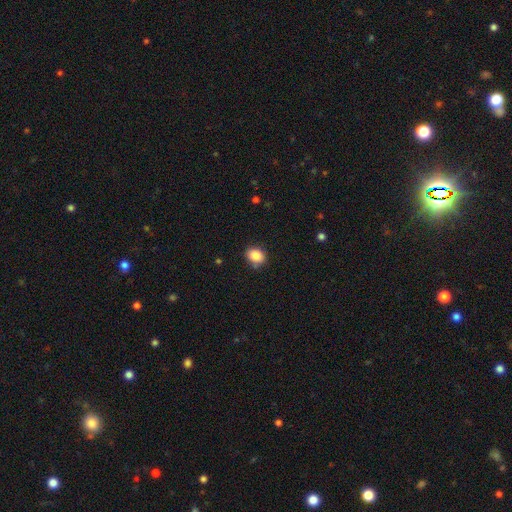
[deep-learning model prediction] A smooth galaxy with no disk features (86%) that is in between round and cigar-shaped (51%). Merging: none (82%).